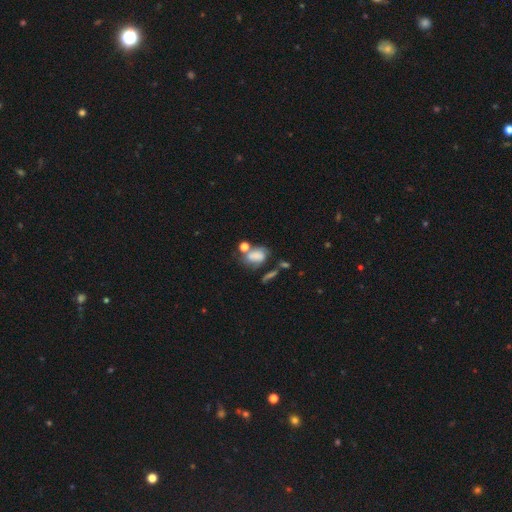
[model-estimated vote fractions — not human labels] Smooth or featured?
  - smooth: 67% *
  - featured or disk: 20%
  - star or artifact: 13%
How rounded?
  - in between: 73% *
  - round: 24%
  - cigar-shaped: 2%
Merging?
  - none: 33% *
  - merger: 29%
  - minor disturbance: 21%
  - major disturbance: 16%